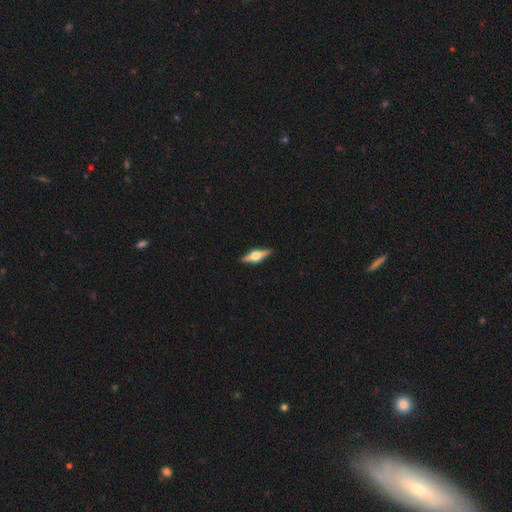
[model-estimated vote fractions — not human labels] This is likely a featured or disk galaxy (75%). It is clearly viewed edge-on (97%). Edge-on bulge: clearly rounded (95%). Merging: clearly none (91%).